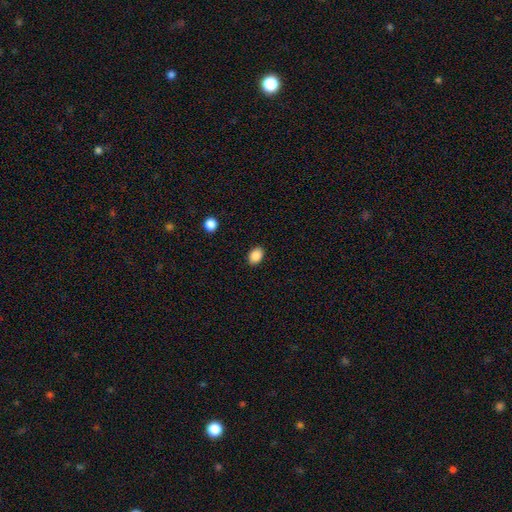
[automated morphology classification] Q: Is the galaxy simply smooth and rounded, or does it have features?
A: smooth — 88%.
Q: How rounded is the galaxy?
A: in between — 77%.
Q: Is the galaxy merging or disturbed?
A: none — 89%.